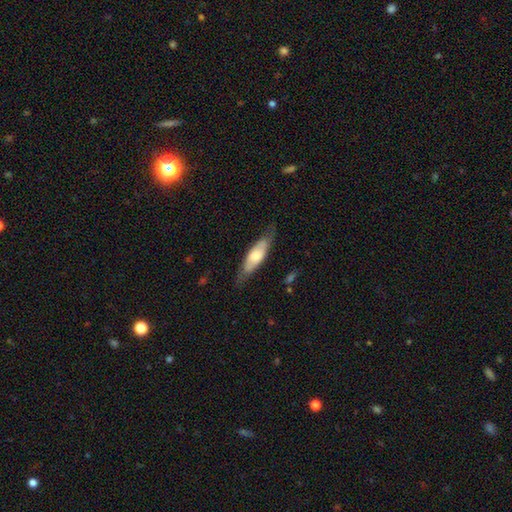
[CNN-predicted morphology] The model was most divided on "how rounded" (2-way tie): in between: 49%, cigar-shaped: 49%, round: 2%. More confident: merging — none (71%); smooth or featured — smooth (52%).